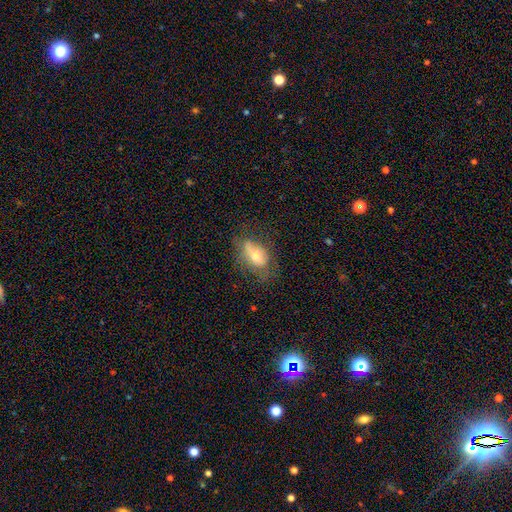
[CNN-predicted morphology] A smooth galaxy with no disk features (59%) that is in between round and cigar-shaped (83%). Merging: none (46%).